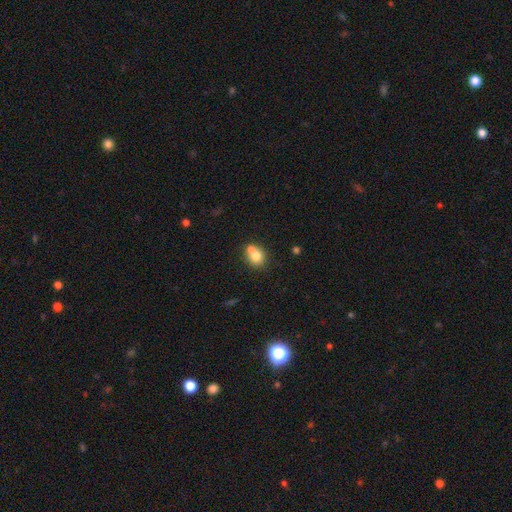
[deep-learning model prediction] This is likely a smooth galaxy (75%). How rounded: likely round (74%). Merging: marginally merger (44%, tied with none).